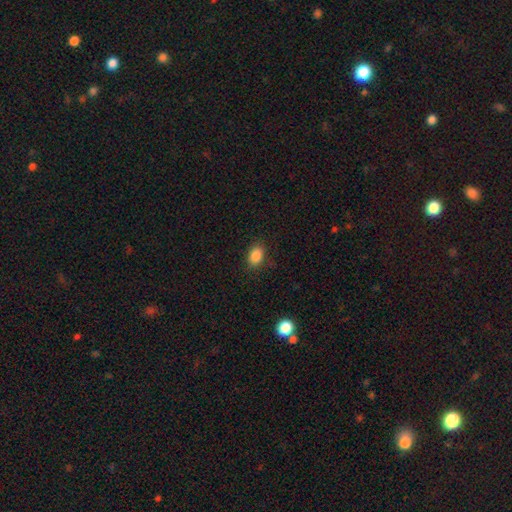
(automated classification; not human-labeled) The model was most divided on "how rounded": in between: 79%, round: 20%, cigar-shaped: 1%. More confident: smooth or featured — smooth (86%); merging — none (85%).